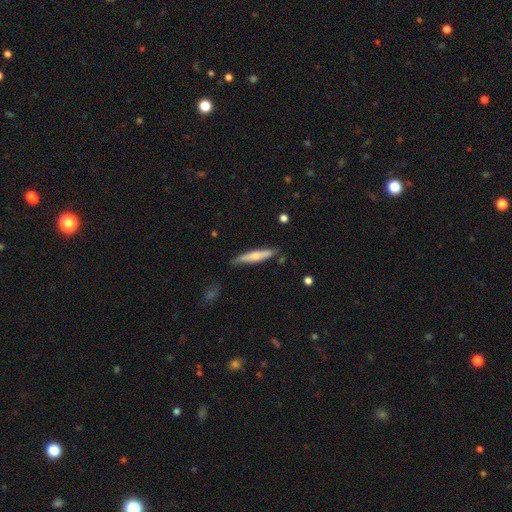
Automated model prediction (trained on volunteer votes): A smooth galaxy with no disk features (62%) that is cigar-shaped (89%).

Vote fractions:
- Smooth or featured? smooth: 62% / featured or disk: 32% / star or artifact: 6%
- How rounded? cigar-shaped: 89% / in between: 9% / round: 1%
- Merging? none: 80% / minor disturbance: 15% / merger: 2% / major disturbance: 2%